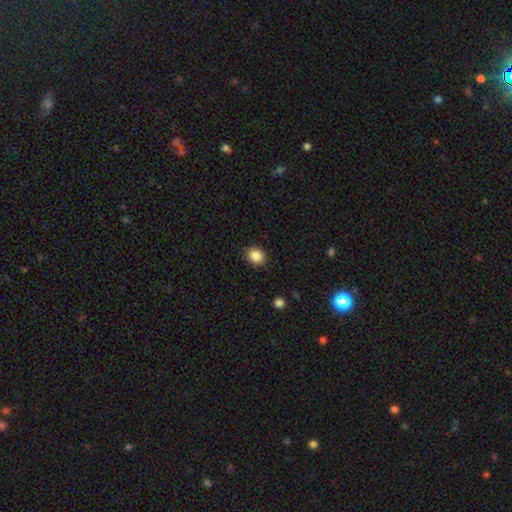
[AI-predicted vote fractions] A smooth galaxy with no disk features (86%) that is round (65%).

Vote fractions:
- Smooth or featured? smooth: 86% / star or artifact: 9% / featured or disk: 5%
- How rounded? round: 65% / in between: 34% / cigar-shaped: 1%
- Merging? none: 90% / minor disturbance: 7% / major disturbance: 2% / merger: 1%